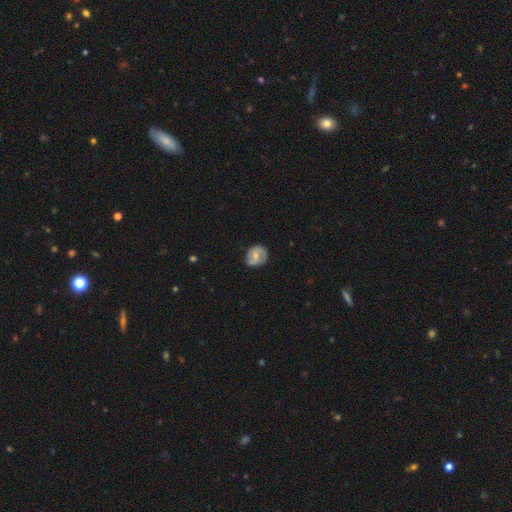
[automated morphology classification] Smooth or featured: smooth — 49% (featured or disk — 44%)
Merging: none — 73% (minor disturbance — 22%)